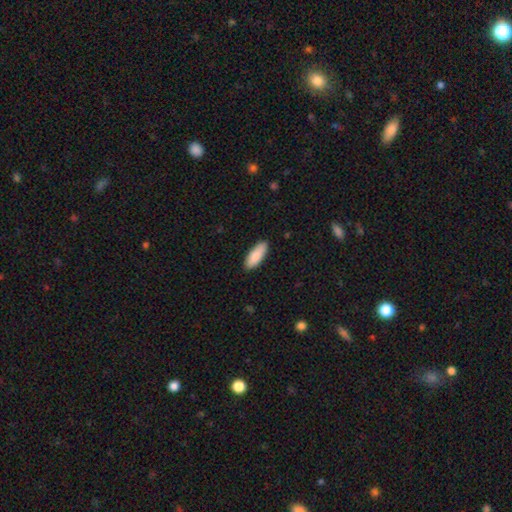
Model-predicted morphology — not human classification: Q: Smooth or featured?
A: smooth (88%); runner-up: featured or disk (7%)
Q: How rounded?
A: in between (72%); runner-up: cigar-shaped (26%)
Q: Merging?
A: none (88%); runner-up: minor disturbance (9%)